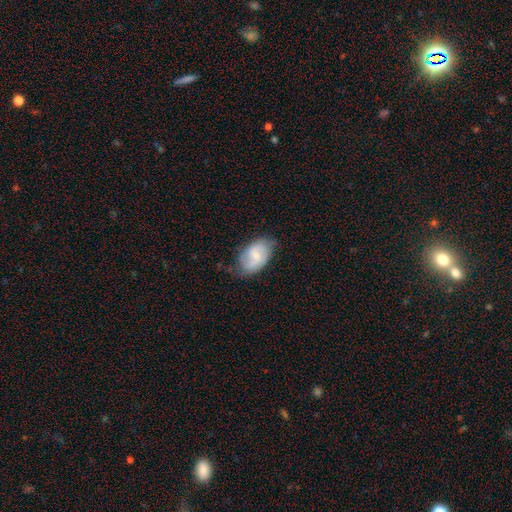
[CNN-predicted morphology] Smooth or featured: featured or disk — 61% (smooth — 33%)
Edge-on disk: no — 97% (yes — 3%)
Bar: weak — 58% (no — 29%)
Spiral arms: yes — 88% (no — 12%)
Spiral winding: medium — 45% (loose — 33%)
Spiral arm count: 2 — 78% (can't tell — 13%)
Bulge size: small — 58% (moderate — 27%)
Merging: none — 63% (minor disturbance — 27%)